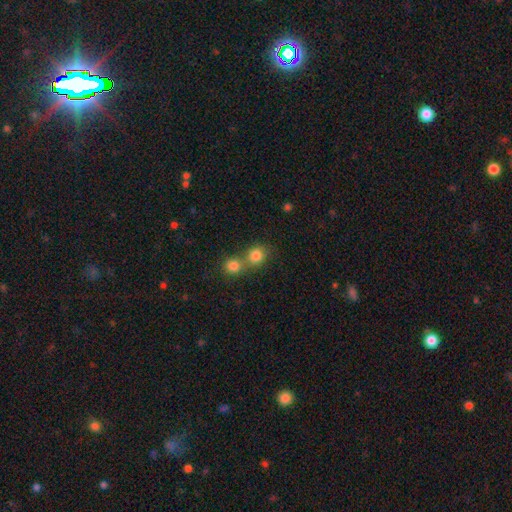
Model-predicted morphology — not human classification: Q: Smooth or featured?
A: smooth (81%); runner-up: star or artifact (12%)
Q: How rounded?
A: round (82%); runner-up: in between (17%)
Q: Merging?
A: merger (49%); runner-up: none (42%)